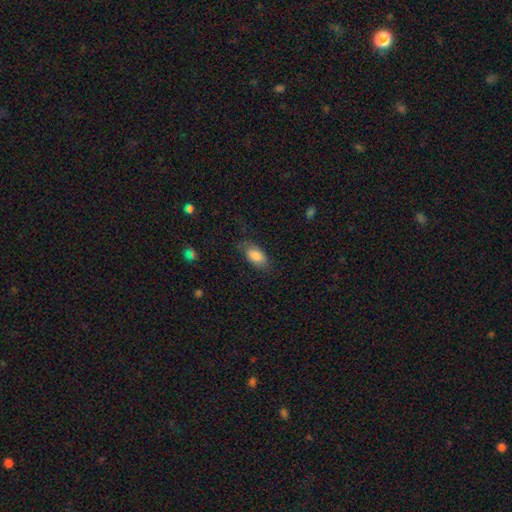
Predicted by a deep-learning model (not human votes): A smooth galaxy with no disk features (83%) that is in between round and cigar-shaped (92%).

Vote fractions:
- Smooth or featured? smooth: 83% / featured or disk: 10% / star or artifact: 7%
- How rounded? in between: 92% / round: 4% / cigar-shaped: 3%
- Merging? none: 69% / minor disturbance: 22% / major disturbance: 8% / merger: 1%